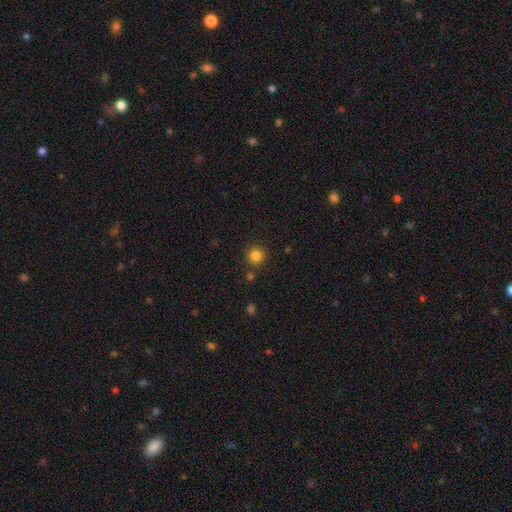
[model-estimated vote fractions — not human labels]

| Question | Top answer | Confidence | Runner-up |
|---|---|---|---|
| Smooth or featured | smooth | 84% | star or artifact (12%) |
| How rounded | round | 94% | in between (5%) |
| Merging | none | 87% | minor disturbance (7%) |